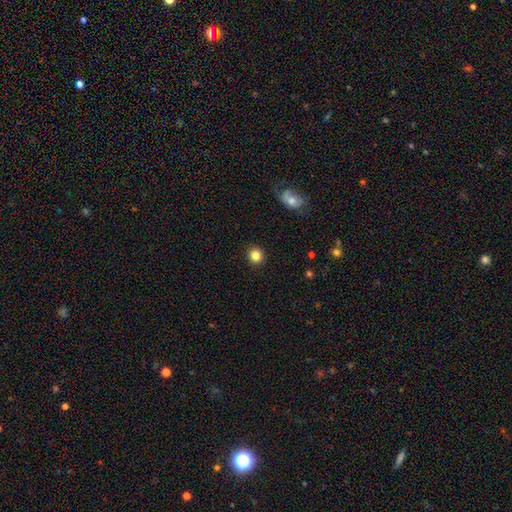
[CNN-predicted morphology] Smooth or featured?
  - smooth: 84% *
  - star or artifact: 11%
  - featured or disk: 5%
How rounded?
  - round: 91% *
  - in between: 8%
  - cigar-shaped: 1%
Merging?
  - none: 92% *
  - minor disturbance: 5%
  - major disturbance: 2%
  - merger: 1%